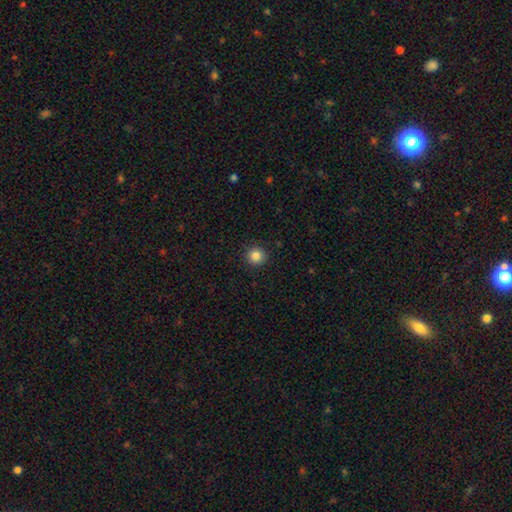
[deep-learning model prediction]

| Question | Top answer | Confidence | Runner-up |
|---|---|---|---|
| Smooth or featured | smooth | 85% | star or artifact (10%) |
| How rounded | round | 95% | in between (4%) |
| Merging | none | 91% | minor disturbance (6%) |